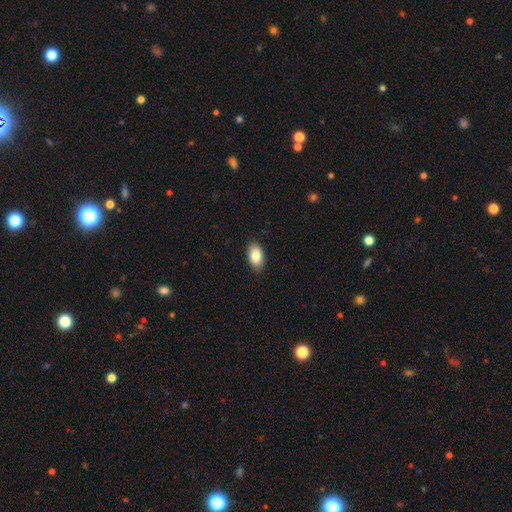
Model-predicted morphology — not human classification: Smooth or featured: smooth — 85% (featured or disk — 8%)
How rounded: in between — 93% (round — 5%)
Merging: none — 88% (minor disturbance — 10%)